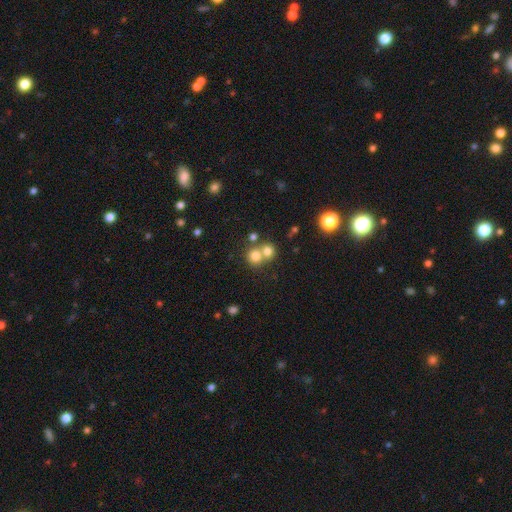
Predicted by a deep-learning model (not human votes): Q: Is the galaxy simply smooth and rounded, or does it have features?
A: smooth — 75%.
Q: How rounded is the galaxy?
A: round — 86%.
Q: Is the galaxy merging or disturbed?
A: merger — 50%.